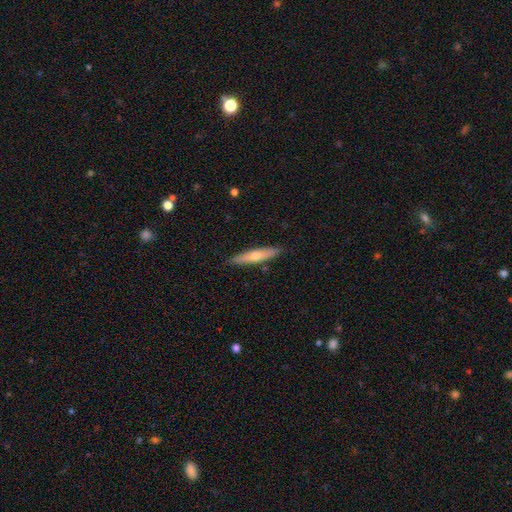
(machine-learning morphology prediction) smooth-or-featured: smooth: 51% | featured or disk: 43% | star or artifact: 6%
  how-rounded: cigar-shaped: 88% | in between: 11% | round: 2%
  merging: none: 89% | minor disturbance: 8% | major disturbance: 2% | merger: 2%